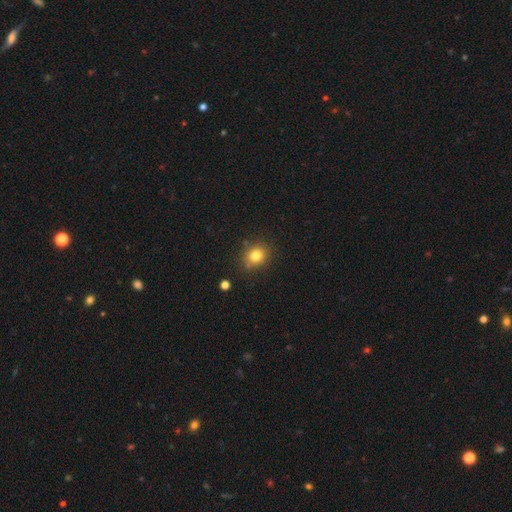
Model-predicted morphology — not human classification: Overall: smooth (80%). How rounded: round (76%). Merging: none (81%).